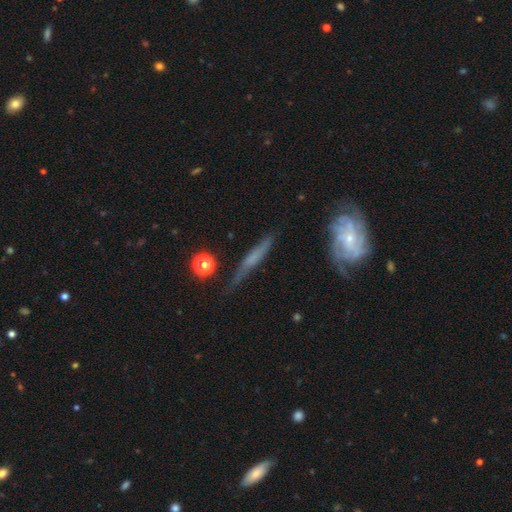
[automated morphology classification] smooth_or_featured: featured or disk (p=0.63) [alt: smooth p=0.28]
disk_edge_on: yes (p=0.75) [alt: no p=0.25]
merging: none (p=0.72) [alt: minor disturbance p=0.18]